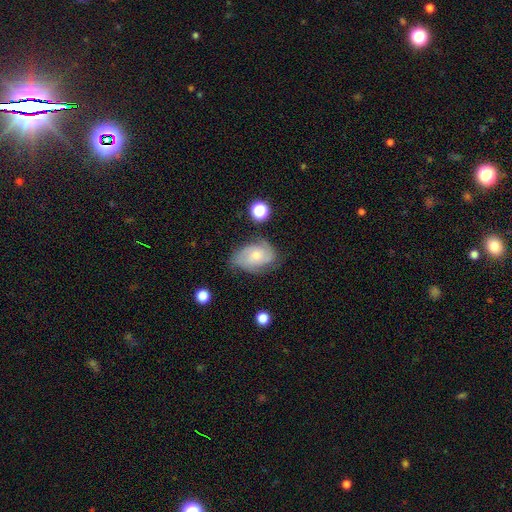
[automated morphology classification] type=featured or disk (60%); edge-on=no (96%); bar=no (72%); spiral arms=yes (87%); winding=tight (45%); arm count=2 (36%); bulge=small (50%); merging=none (59%).